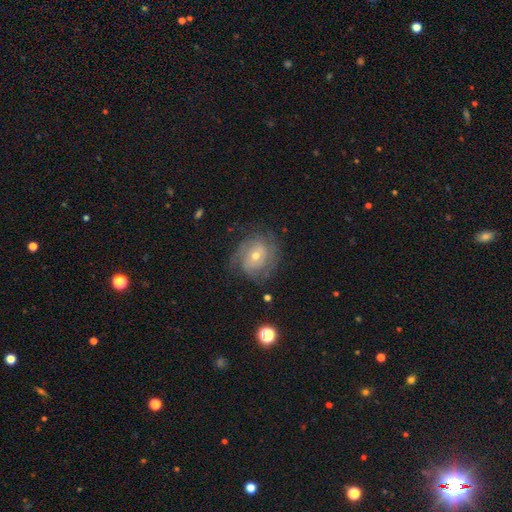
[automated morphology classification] Smooth or featured?
  - featured or disk: 70% *
  - smooth: 22%
  - star or artifact: 8%
Edge-on disk?
  - no: 97% *
  - yes: 3%
Bar?
  - no: 72% *
  - weak: 23%
  - strong: 5%
Spiral arms?
  - yes: 81% *
  - no: 19%
Spiral winding?
  - tight: 57% *
  - medium: 30%
  - loose: 13%
Spiral arm count?
  - can't tell: 44% *
  - 2: 27%
  - 3: 14%
  - 1: 7%
  - 4: 5%
  - more than 4: 4%
Bulge size?
  - moderate: 51% *
  - small: 45%
  - large: 2%
  - none: 1%
  - dominant: 1%
Merging?
  - none: 62% *
  - minor disturbance: 22%
  - major disturbance: 14%
  - merger: 2%